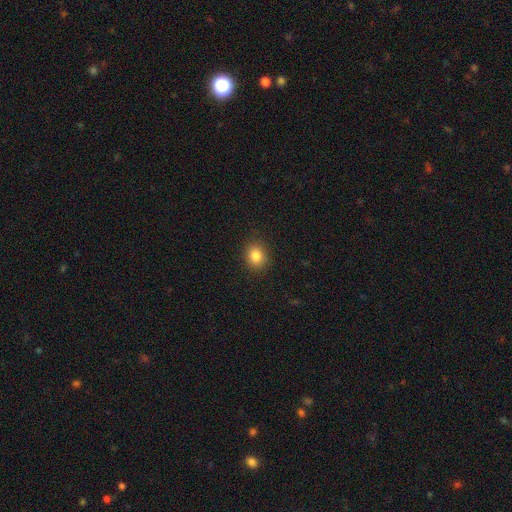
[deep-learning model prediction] Morphology: type=smooth (84%); roundness=round (65%); merging=none (89%).